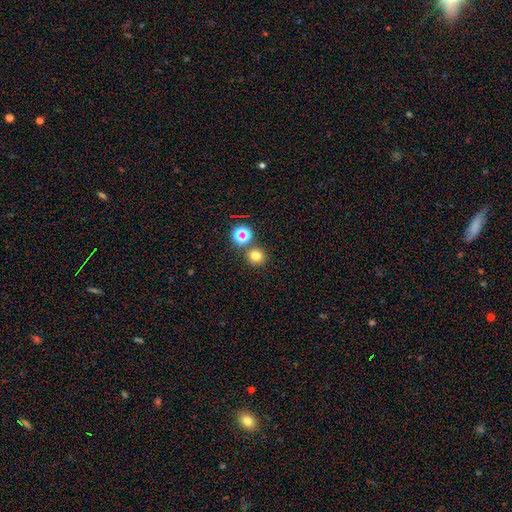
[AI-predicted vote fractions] Smooth or featured? Predicted: smooth (p=0.76). How rounded? Predicted: round (p=0.90). Merging? Predicted: none (p=0.79).